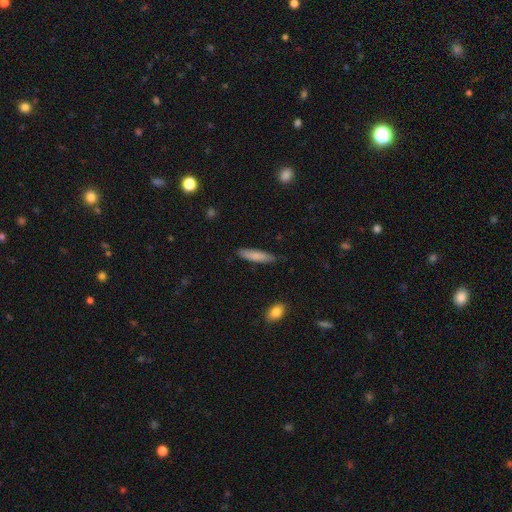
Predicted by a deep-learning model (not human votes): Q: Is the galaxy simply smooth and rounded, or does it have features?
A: smooth — 81%.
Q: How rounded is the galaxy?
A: cigar-shaped — 78%.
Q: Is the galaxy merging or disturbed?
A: none — 78%.